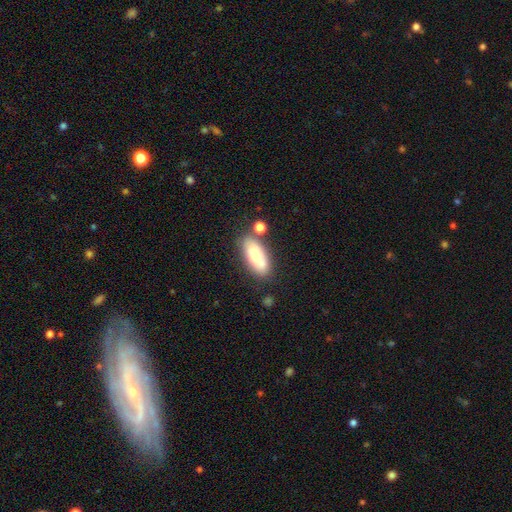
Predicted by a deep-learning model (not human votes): smooth_or_featured: smooth (p=0.75) [alt: featured or disk p=0.18]
how_rounded: in between (p=0.78) [alt: cigar-shaped p=0.20]
merging: none (p=0.69) [alt: minor disturbance p=0.15]